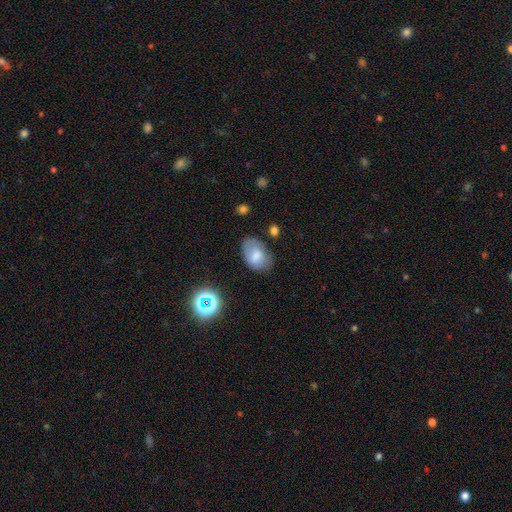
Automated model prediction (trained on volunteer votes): The model was most divided on "merging": none: 67%, minor disturbance: 23%, major disturbance: 7%, merger: 3%. More confident: how rounded — in between (89%); smooth or featured — smooth (72%).